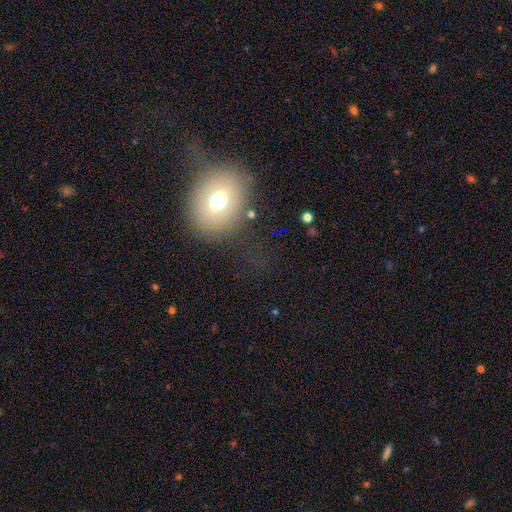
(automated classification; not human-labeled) This appears to be a smooth galaxy with no disk features (53%) that is round (64%). Merging: none (64%).